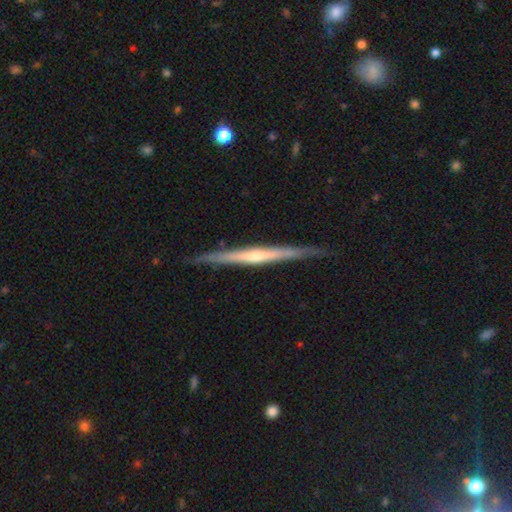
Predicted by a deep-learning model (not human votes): The model was most divided on "edge-on bulge": rounded: 47%, none: 44%, boxy: 9%. More confident: edge-on disk — yes (98%); merging — none (88%); smooth or featured — featured or disk (73%).